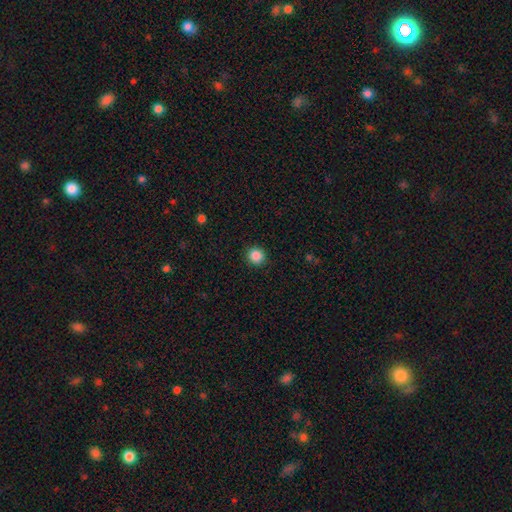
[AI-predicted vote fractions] smooth 87%, star or artifact 10%, featured or disk 3%. Down the decision tree: how rounded — round (94%); merging — none (92%).